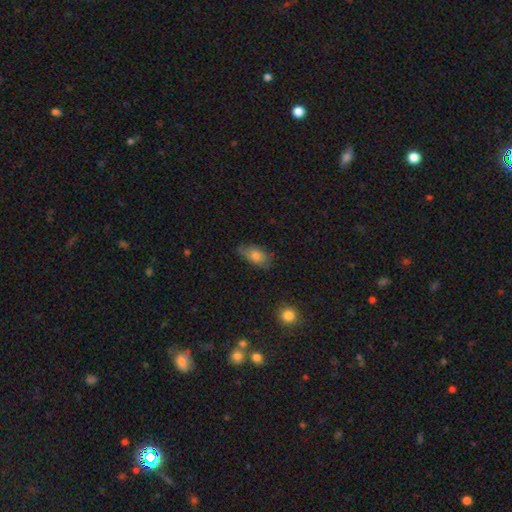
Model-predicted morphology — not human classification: This appears to be a smooth galaxy with no disk features (76%) that is in between round and cigar-shaped (89%). Merging: none (66%).